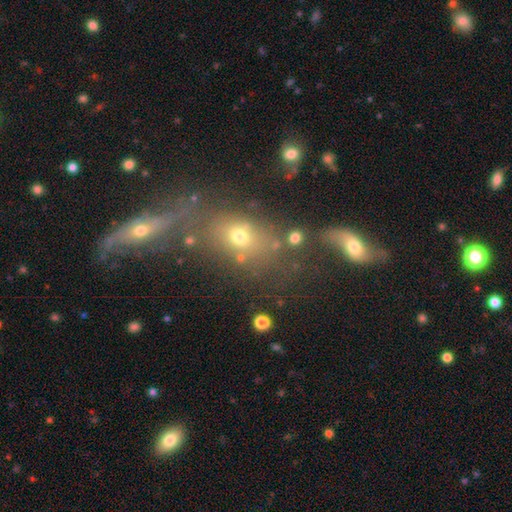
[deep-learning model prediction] A smooth galaxy with no disk features (43%).

Vote fractions:
- Smooth or featured? smooth: 43% / featured or disk: 29% / star or artifact: 27%
- Merging? none: 41% / merger: 40% / minor disturbance: 11% / major disturbance: 8%